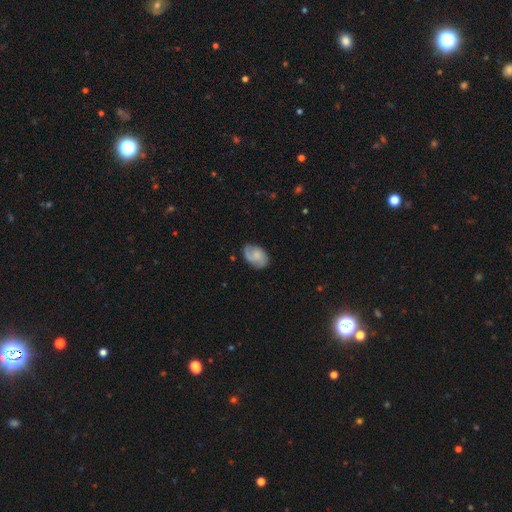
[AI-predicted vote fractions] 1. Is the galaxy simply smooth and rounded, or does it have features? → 49% featured or disk, 43% smooth, 8% star or artifact.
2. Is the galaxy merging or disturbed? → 71% none, 20% minor disturbance, 7% major disturbance, 2% merger.